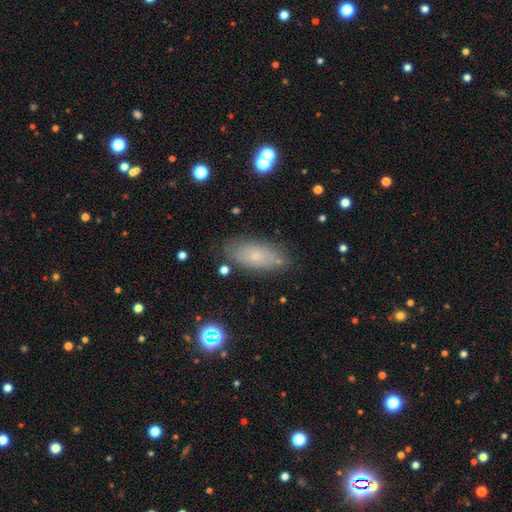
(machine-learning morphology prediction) Smooth or featured: smooth — 68% (featured or disk — 21%)
How rounded: in between — 85% (cigar-shaped — 12%)
Merging: none — 80% (minor disturbance — 14%)